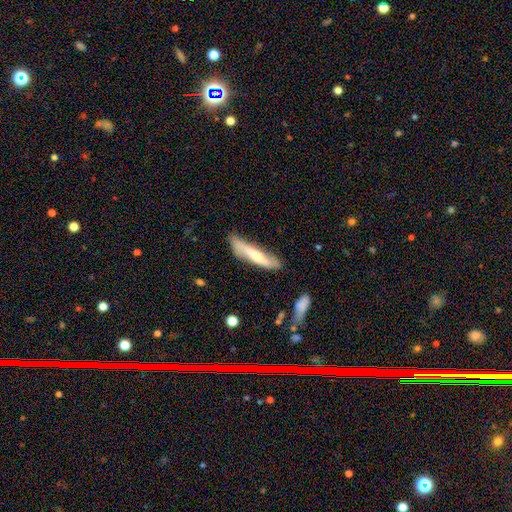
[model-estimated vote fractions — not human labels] Smooth or featured? Predicted: smooth (p=0.55). How rounded? Predicted: cigar-shaped (p=0.86). Merging? Predicted: none (p=0.71).